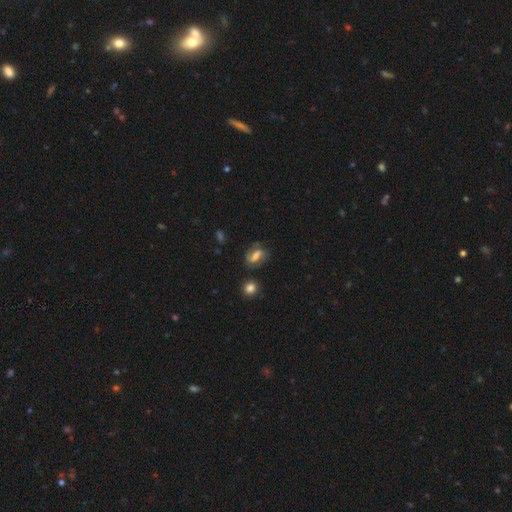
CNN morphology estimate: Overall: featured or disk (49%; smooth 41%). Merging: none (67%).